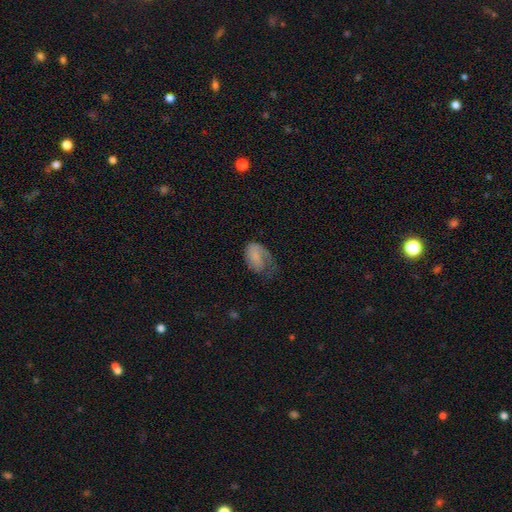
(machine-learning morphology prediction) A smooth galaxy with no disk features (52%) that is in between round and cigar-shaped (87%). Merging: major disturbance (40%).